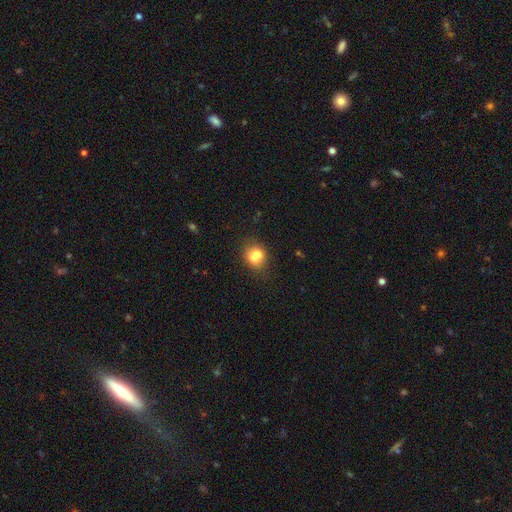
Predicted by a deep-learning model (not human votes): smooth_or_featured: smooth (p=0.70) [alt: featured or disk p=0.19]
how_rounded: round (p=0.69) [alt: in between p=0.29]
merging: merger (p=0.44) [alt: none p=0.40]